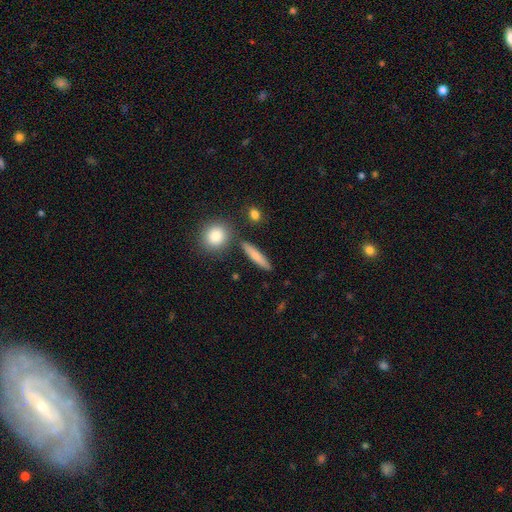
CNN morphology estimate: Q: Smooth or featured?
A: smooth (74%); runner-up: featured or disk (18%)
Q: How rounded?
A: cigar-shaped (77%); runner-up: in between (16%)
Q: Merging?
A: none (84%); runner-up: minor disturbance (8%)